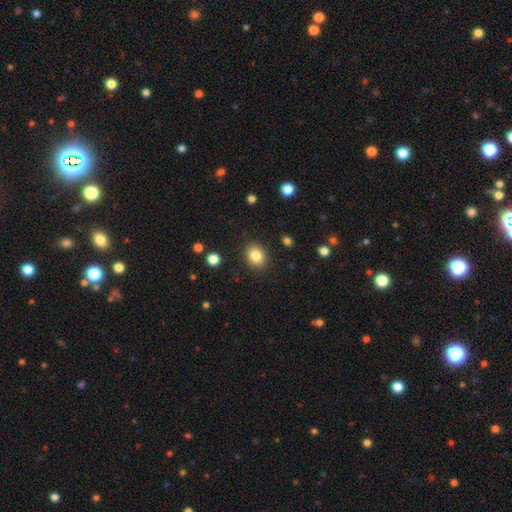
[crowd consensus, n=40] Morphology: type=smooth (92%); roundness=in between (59%); merging=none (89%).